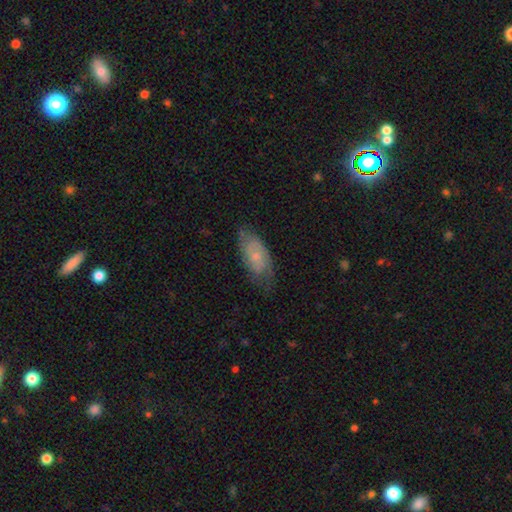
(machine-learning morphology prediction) Smooth or featured? smooth (47%, tied with featured or disk)
Merging? none (62%)